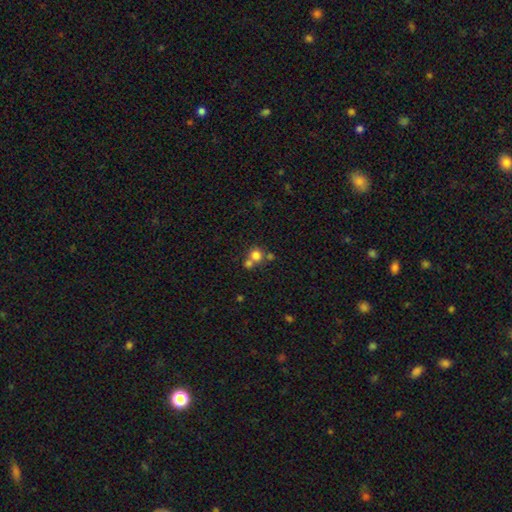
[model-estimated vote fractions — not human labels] smooth 76%, star or artifact 14%, featured or disk 10%. Down the decision tree: how rounded — round (86%); merging — merger (45%, tied with none).